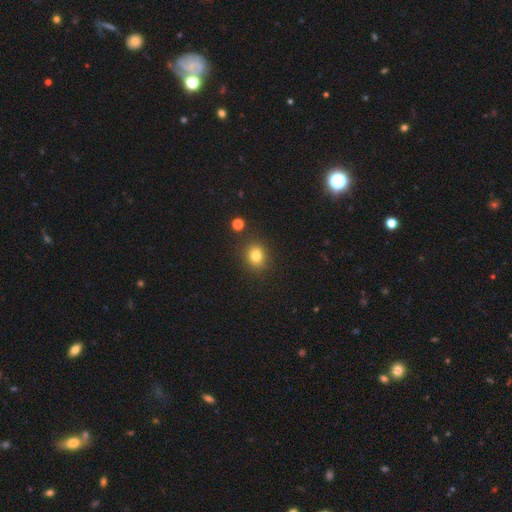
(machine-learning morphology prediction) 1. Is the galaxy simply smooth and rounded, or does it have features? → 79% smooth, 13% star or artifact, 8% featured or disk.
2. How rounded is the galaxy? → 69% round, 30% in between, 1% cigar-shaped.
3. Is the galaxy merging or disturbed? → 84% none, 10% minor disturbance, 3% merger, 3% major disturbance.